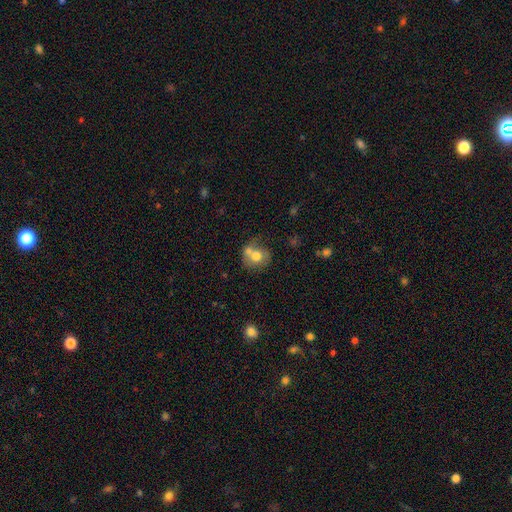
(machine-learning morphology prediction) The model was most divided on "merging": merger: 39%, none: 38%, minor disturbance: 16%, major disturbance: 7%. More confident: how rounded — round (73%); smooth or featured — smooth (70%).